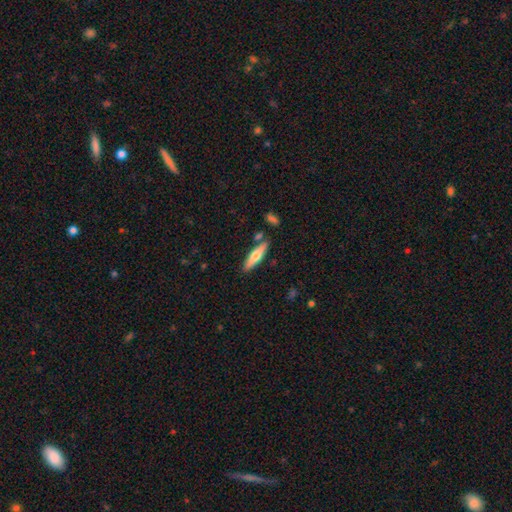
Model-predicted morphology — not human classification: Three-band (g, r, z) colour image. It shows a smooth galaxy with no disk features (55%) that is cigar-shaped (75%). Merging: none (82%).